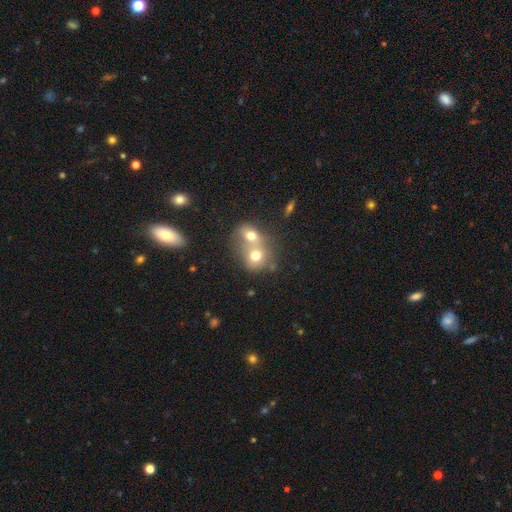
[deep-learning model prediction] This appears to be a smooth galaxy with no disk features (68%) that is round (66%). Merging: merger (68%).